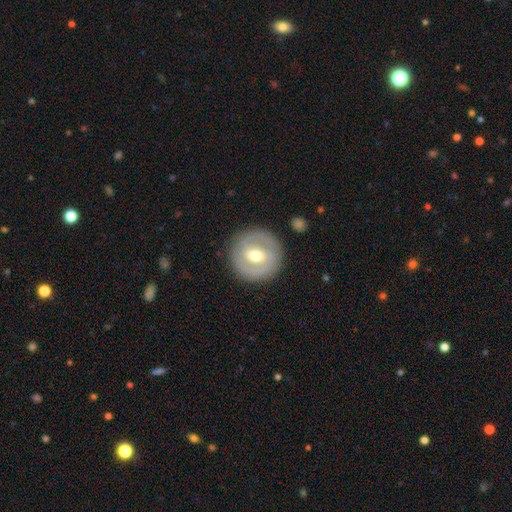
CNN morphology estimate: Q: Smooth or featured?
A: featured or disk (64%); runner-up: smooth (30%)
Q: Edge-on disk?
A: no (96%); runner-up: yes (4%)
Q: Bar?
A: weak (48%); runner-up: no (28%)
Q: Spiral arms?
A: yes (56%); runner-up: no (44%)
Q: Bulge size?
A: moderate (72%); runner-up: small (21%)
Q: Merging?
A: none (87%); runner-up: minor disturbance (8%)